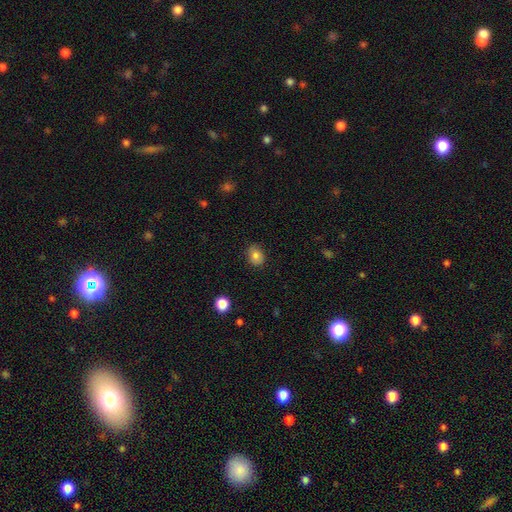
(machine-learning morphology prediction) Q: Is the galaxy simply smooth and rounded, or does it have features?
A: smooth — 82%.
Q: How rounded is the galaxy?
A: round — 50%.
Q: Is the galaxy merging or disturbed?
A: none — 82%.